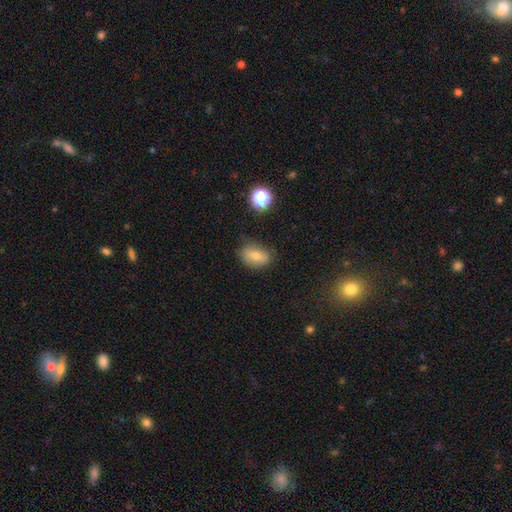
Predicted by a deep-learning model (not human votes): smooth-or-featured: smooth: 71% | featured or disk: 18% | star or artifact: 12%
  how-rounded: in between: 75% | round: 24% | cigar-shaped: 2%
  merging: none: 72% | minor disturbance: 21% | major disturbance: 5% | merger: 2%